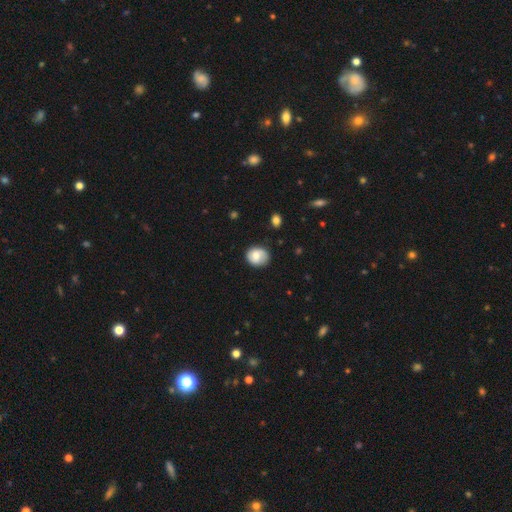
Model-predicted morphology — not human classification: Overall: smooth (70%). How rounded: round (69%; in between 30%). Merging: none (74%).